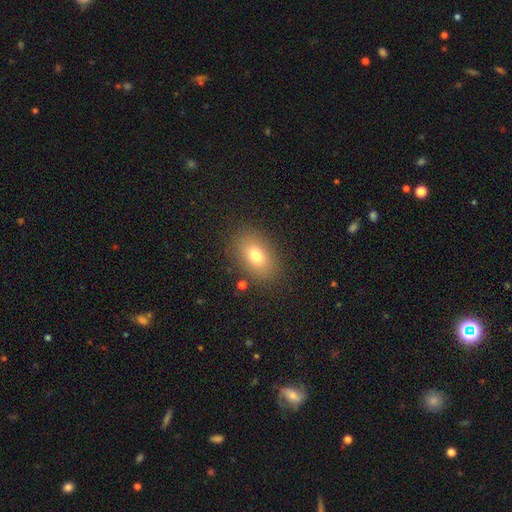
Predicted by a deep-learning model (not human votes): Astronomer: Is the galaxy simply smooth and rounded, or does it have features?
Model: smooth — 76%.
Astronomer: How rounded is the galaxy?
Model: in between — 83%.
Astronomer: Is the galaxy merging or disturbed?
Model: none — 85%.